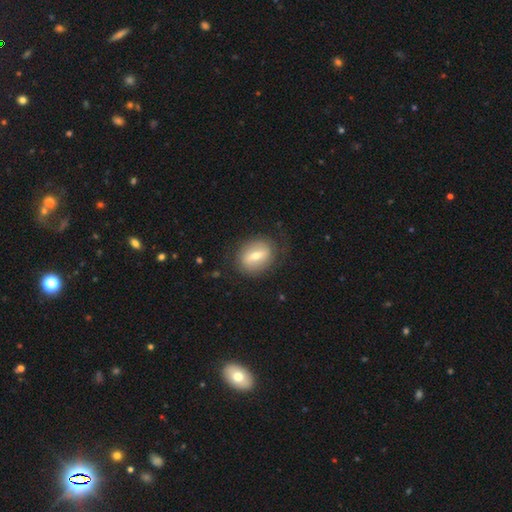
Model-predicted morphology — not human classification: Smooth or featured? smooth (48%)
Merging? none (75%)